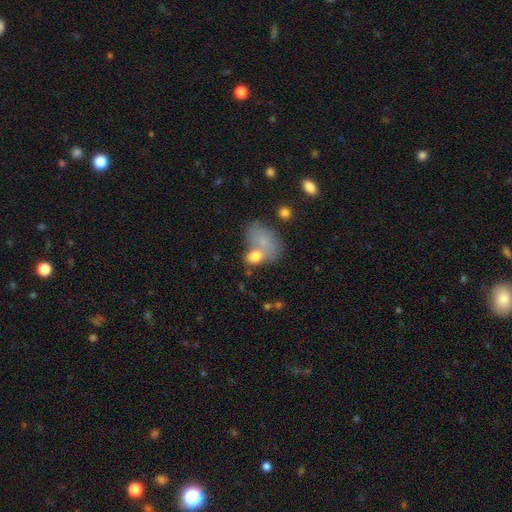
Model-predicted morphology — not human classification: type=smooth (75%); roundness=in between (73%); merging=merger (44%).